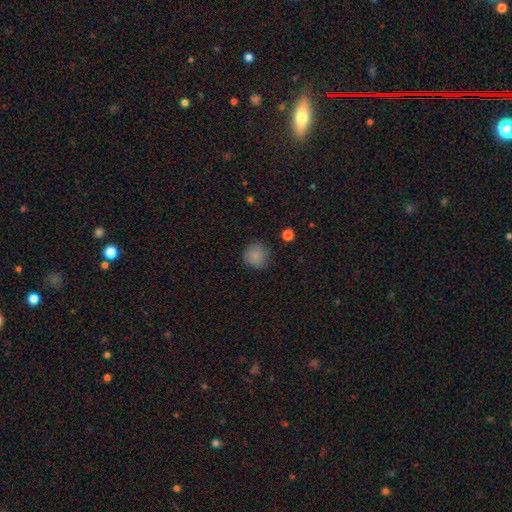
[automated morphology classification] Q: Smooth or featured?
A: smooth (84%); runner-up: star or artifact (10%)
Q: How rounded?
A: round (92%); runner-up: in between (7%)
Q: Merging?
A: none (82%); runner-up: minor disturbance (13%)